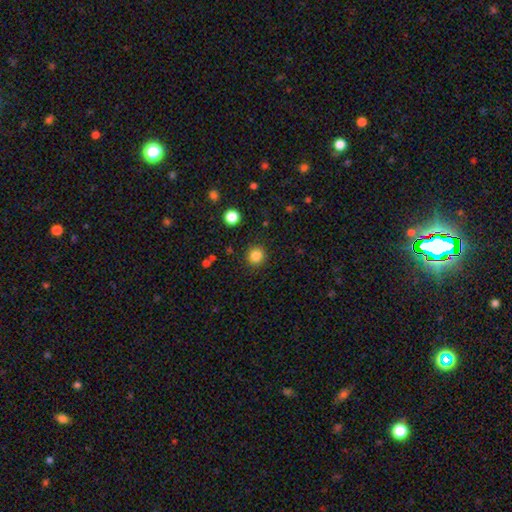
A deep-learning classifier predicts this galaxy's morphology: A smooth galaxy with no disk features (85%) that is round (91%).

Vote fractions:
- Smooth or featured? smooth: 85% / star or artifact: 11% / featured or disk: 4%
- How rounded? round: 91% / in between: 9% / cigar-shaped: 1%
- Merging? none: 90% / minor disturbance: 6% / major disturbance: 3% / merger: 1%